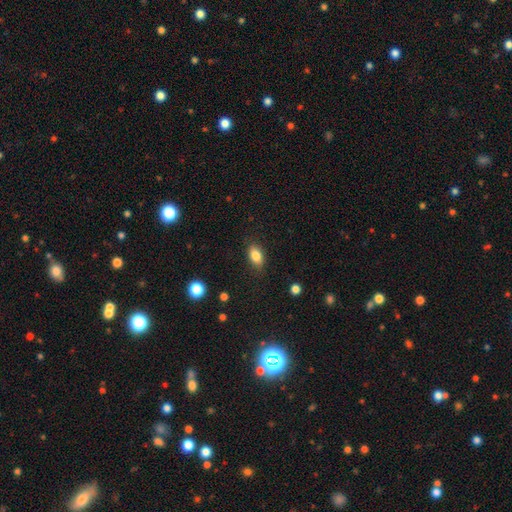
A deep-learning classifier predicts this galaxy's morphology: This appears to be a smooth galaxy with no disk features (83%) that is in between round and cigar-shaped (87%). Merging: none (83%).